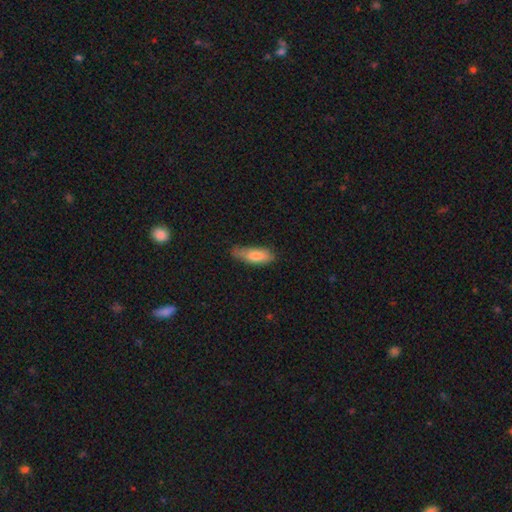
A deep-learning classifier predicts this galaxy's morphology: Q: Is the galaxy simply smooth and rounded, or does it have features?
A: smooth — 76%.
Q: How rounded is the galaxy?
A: in between — 65%.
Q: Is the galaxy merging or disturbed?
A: none — 56%.